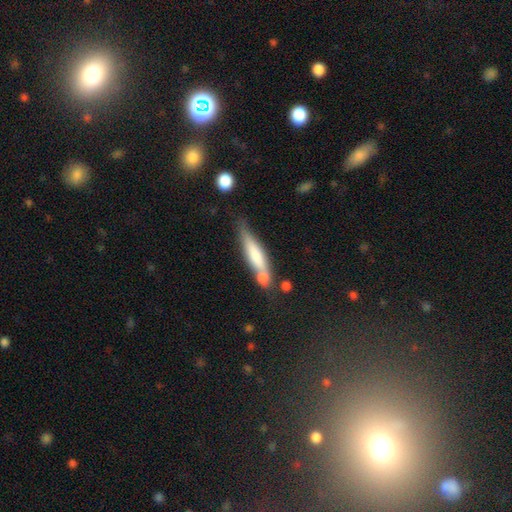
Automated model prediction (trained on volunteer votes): smooth 62%, featured or disk 32%, star or artifact 6%. Down the decision tree: how rounded — cigar-shaped (81%); merging — none (50%).